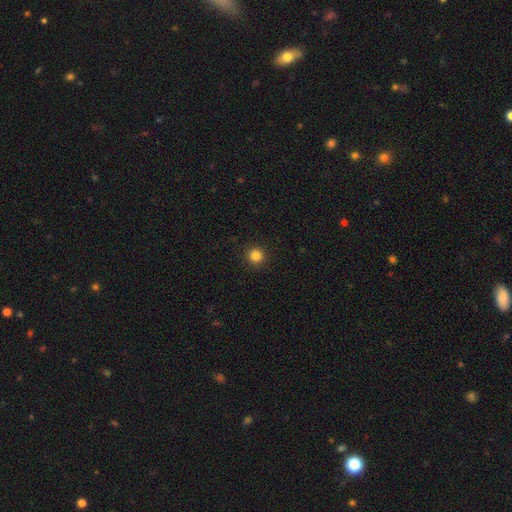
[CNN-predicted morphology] smooth 84%, star or artifact 12%, featured or disk 4%. Down the decision tree: how rounded — round (95%); merging — none (93%).